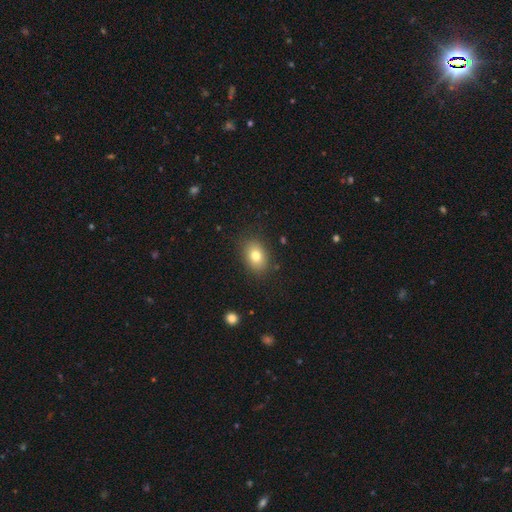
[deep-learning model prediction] Smooth or featured? smooth (78%)
How rounded? in between (72%)
Merging? none (85%)